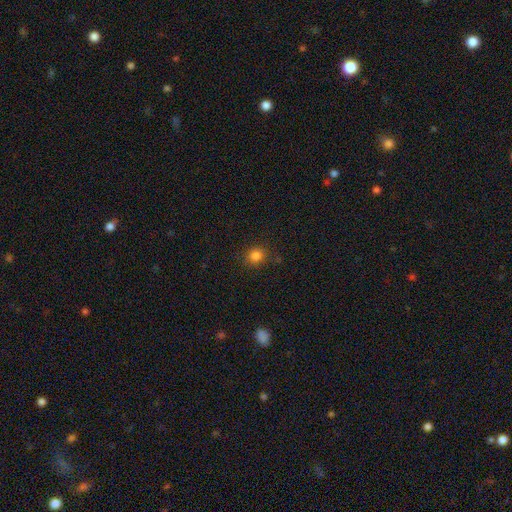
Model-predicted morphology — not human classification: This appears to be a smooth galaxy with no disk features (82%) that is round (84%). Merging: none (85%).